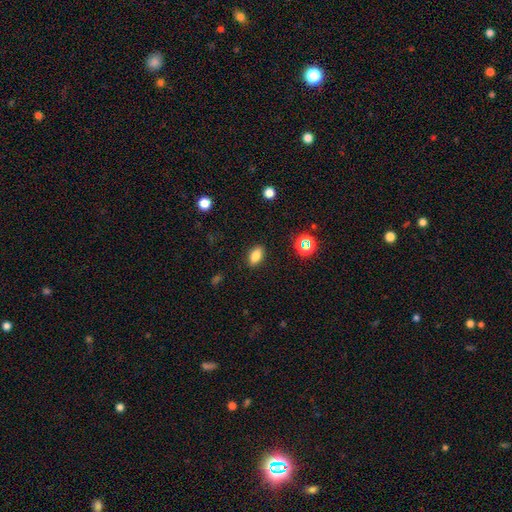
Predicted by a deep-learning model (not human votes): The model was most divided on "smooth or featured": smooth: 81%, star or artifact: 12%, featured or disk: 8%. More confident: merging — none (88%); how rounded — in between (86%).